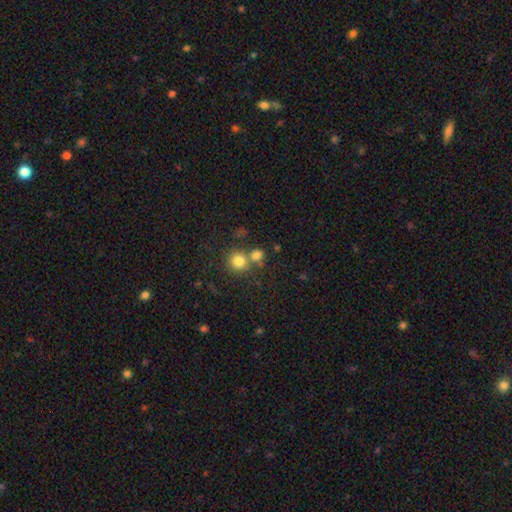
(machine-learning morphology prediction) This is likely a smooth galaxy (77%). How rounded: clearly round (86%). Merging: possibly none (57%).